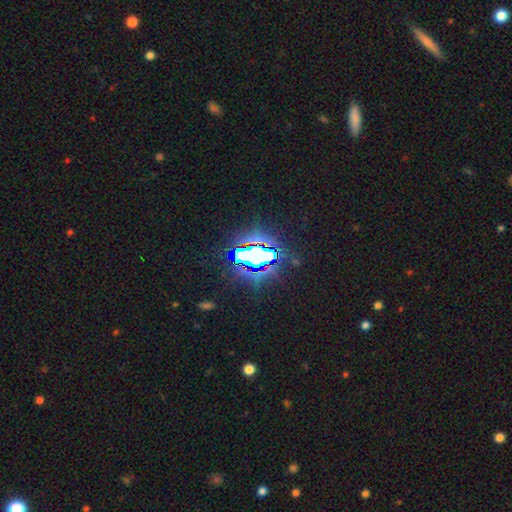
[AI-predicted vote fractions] Q: Smooth or featured?
A: star or artifact (74%); runner-up: smooth (14%)